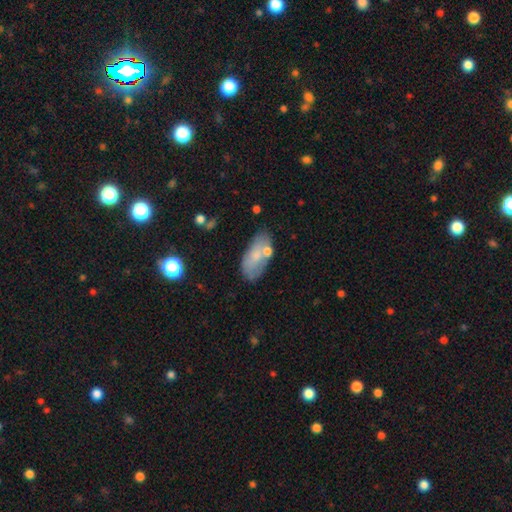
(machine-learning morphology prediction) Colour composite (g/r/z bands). It shows a smooth galaxy with no disk features (65%) that is in between round and cigar-shaped (90%). Merging: none (58%).